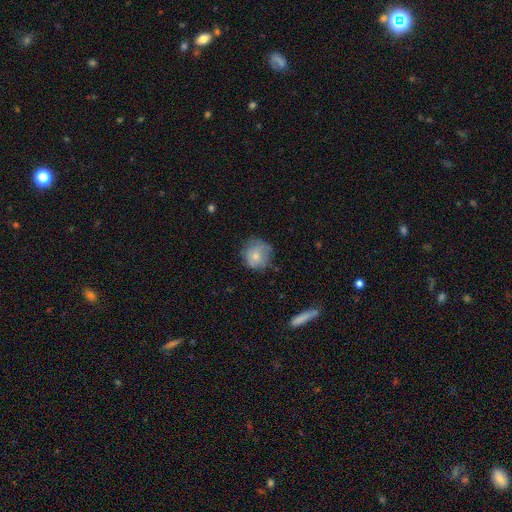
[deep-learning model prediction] Overall: smooth (69%). How rounded: round (85%). Merging: none (61%; minor disturbance 27%).